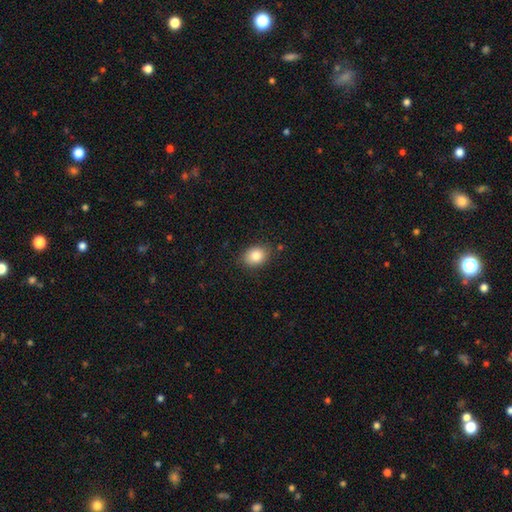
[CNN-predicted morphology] This is clearly a smooth galaxy (84%). How rounded: likely in between (62%). Merging: clearly none (84%).